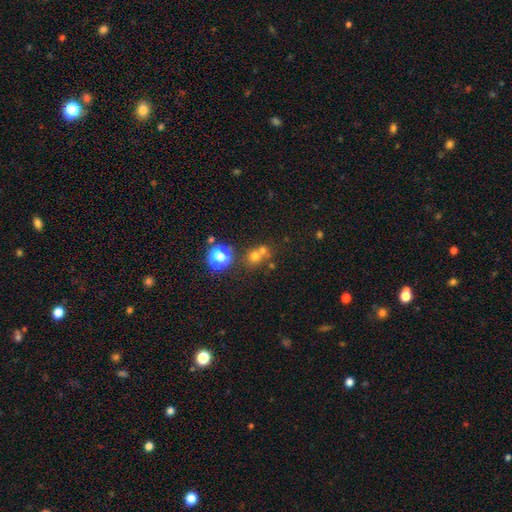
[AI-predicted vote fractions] Overall: smooth (59%; star or artifact 28%). How rounded: round (85%). Merging: none (51%; merger 39%).